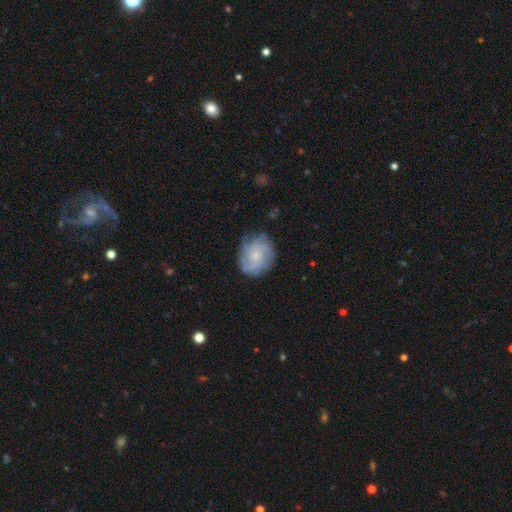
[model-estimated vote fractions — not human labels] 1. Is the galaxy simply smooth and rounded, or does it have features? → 62% featured or disk, 30% smooth, 7% star or artifact.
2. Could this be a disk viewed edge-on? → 98% no, 2% yes.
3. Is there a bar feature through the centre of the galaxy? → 80% no, 18% weak, 2% strong.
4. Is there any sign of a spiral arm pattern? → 88% yes, 12% no.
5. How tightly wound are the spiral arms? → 60% tight, 30% medium, 10% loose.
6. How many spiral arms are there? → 42% can't tell, 17% 3, 15% 2, 13% 4, 6% more than 4, 6% 1.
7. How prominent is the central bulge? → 76% small, 16% moderate, 6% none, 1% large, 1% dominant.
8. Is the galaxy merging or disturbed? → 73% none, 19% minor disturbance, 7% major disturbance, 1% merger.